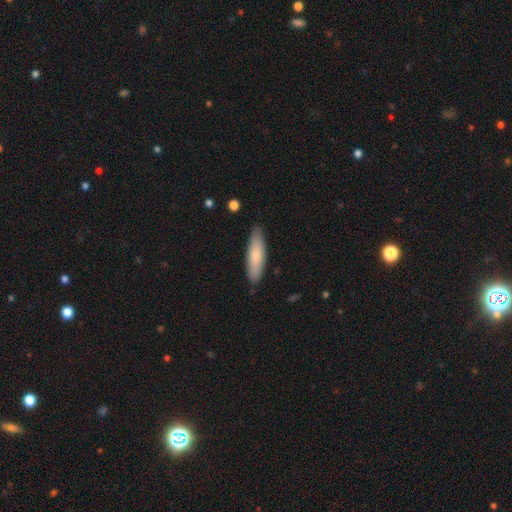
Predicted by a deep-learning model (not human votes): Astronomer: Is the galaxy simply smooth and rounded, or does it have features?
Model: smooth — 76%.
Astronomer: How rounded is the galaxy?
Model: cigar-shaped — 63%.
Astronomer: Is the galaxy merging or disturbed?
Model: none — 87%.